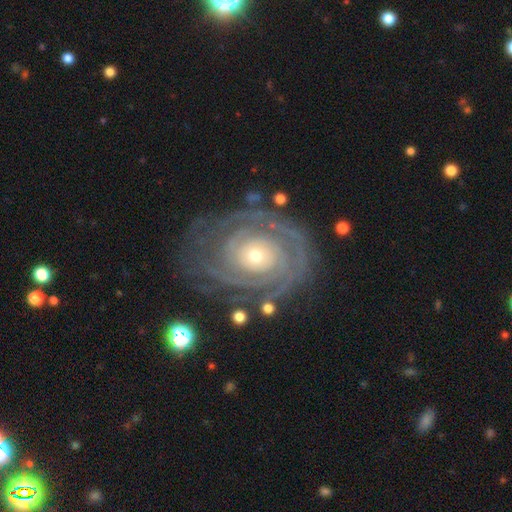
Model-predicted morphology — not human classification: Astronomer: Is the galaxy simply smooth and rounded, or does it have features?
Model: featured or disk — 89%.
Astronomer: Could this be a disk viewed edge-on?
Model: no — 97%.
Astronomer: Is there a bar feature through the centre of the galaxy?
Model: no — 82%.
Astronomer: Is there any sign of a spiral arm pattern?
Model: yes — 95%.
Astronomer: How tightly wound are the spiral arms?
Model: tight — 83%.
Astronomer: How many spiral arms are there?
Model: can't tell — 28% (runner-up: 2, 27%).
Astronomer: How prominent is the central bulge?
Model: small — 59% (runner-up: moderate, 36%).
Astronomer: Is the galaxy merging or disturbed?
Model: none — 74%.